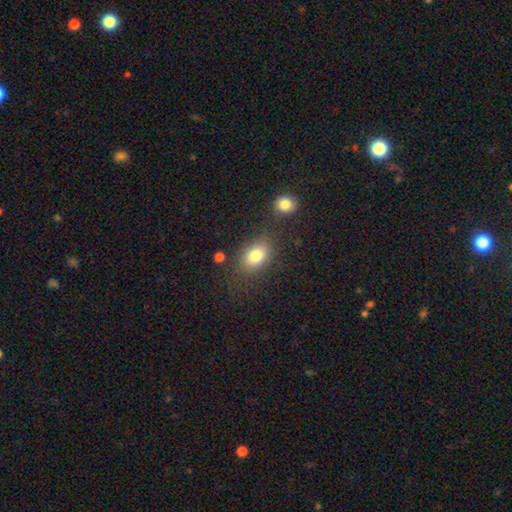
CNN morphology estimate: type=smooth (80%); roundness=in between (77%); merging=none (74%).